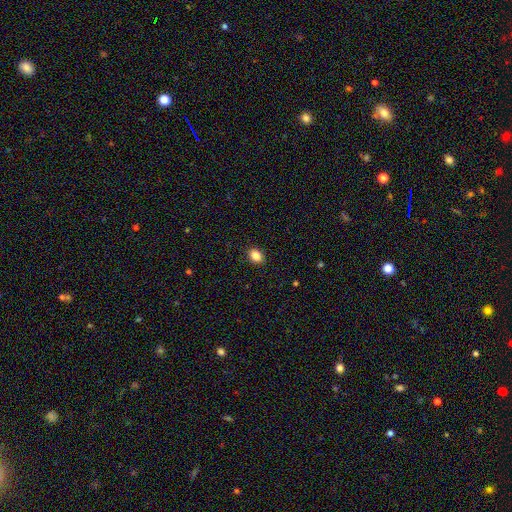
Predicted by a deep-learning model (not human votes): smooth-or-featured: smooth: 86% | star or artifact: 10% | featured or disk: 4%
  how-rounded: in between: 65% | round: 34% | cigar-shaped: 1%
  merging: none: 90% | minor disturbance: 7% | major disturbance: 2% | merger: 1%